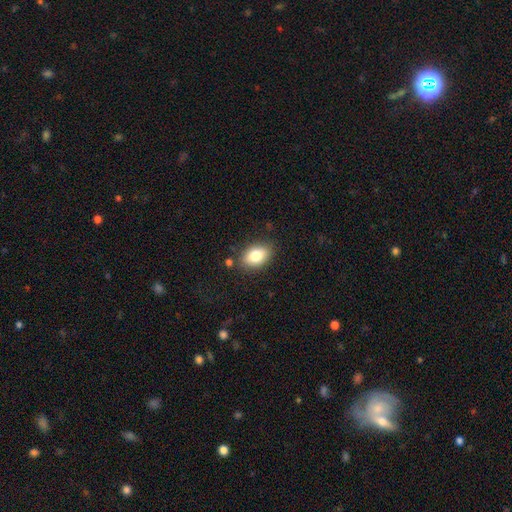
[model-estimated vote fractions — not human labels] smooth 82%, featured or disk 10%, star or artifact 8%. Down the decision tree: how rounded — in between (86%); merging — none (83%).